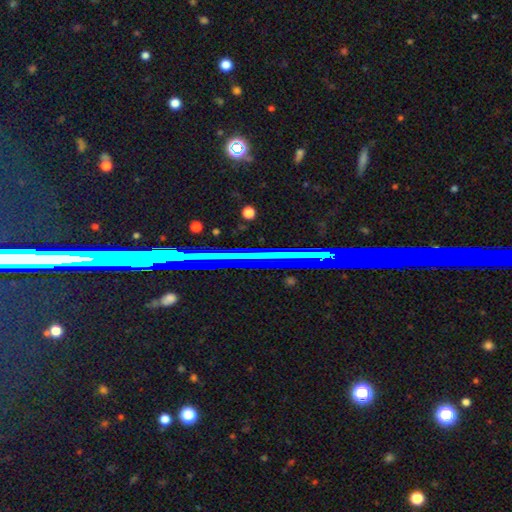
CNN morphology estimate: Overall: star or artifact (68%).